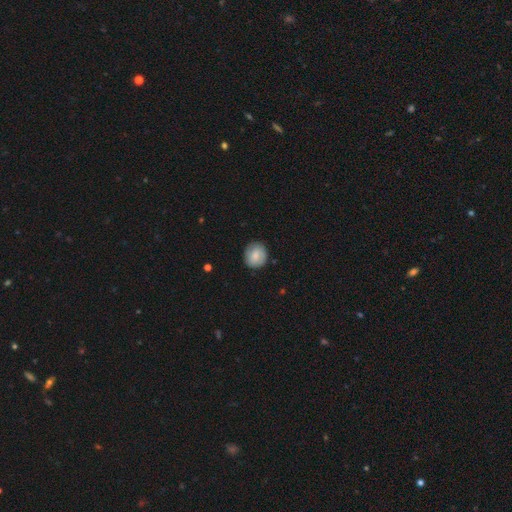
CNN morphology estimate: smooth 78%, featured or disk 15%, star or artifact 7%. Down the decision tree: how rounded — round (82%); merging — none (83%).